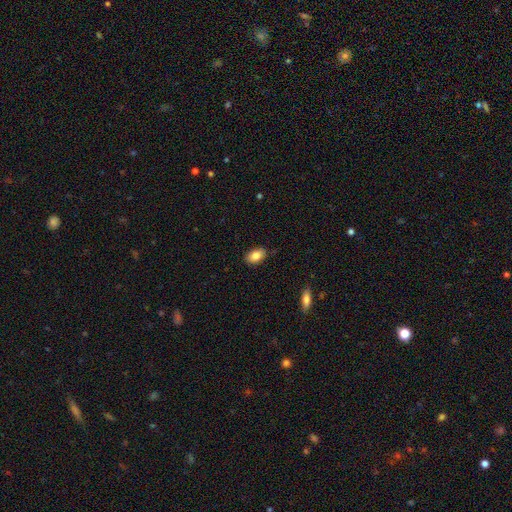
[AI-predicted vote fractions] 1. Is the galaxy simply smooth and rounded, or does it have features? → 85% smooth, 8% featured or disk, 7% star or artifact.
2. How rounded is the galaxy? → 92% in between, 6% round, 2% cigar-shaped.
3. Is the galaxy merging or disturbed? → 85% none, 12% minor disturbance, 2% major disturbance, 1% merger.